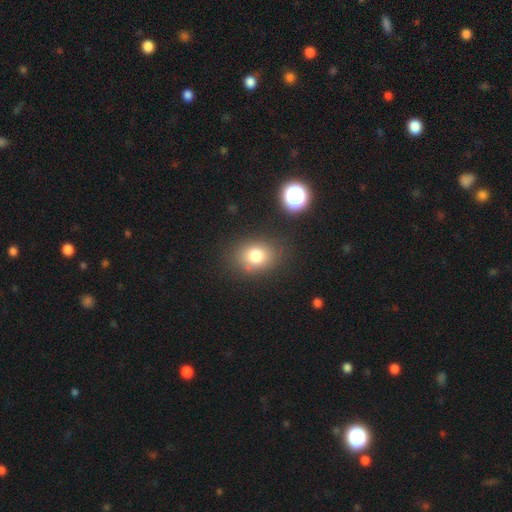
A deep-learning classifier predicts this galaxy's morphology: Smooth or featured? Predicted: smooth (p=0.78). How rounded? Predicted: in between (p=0.51). Merging? Predicted: none (p=0.79).